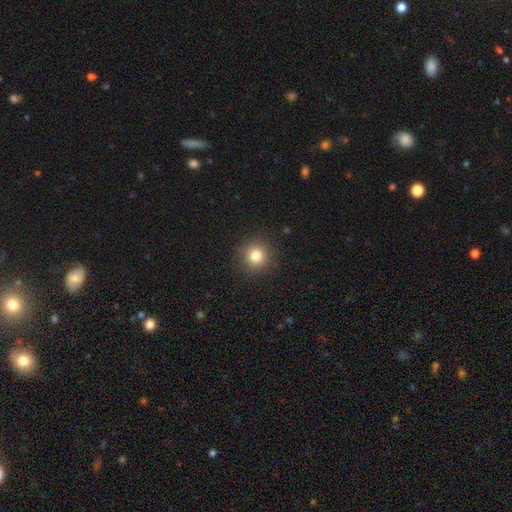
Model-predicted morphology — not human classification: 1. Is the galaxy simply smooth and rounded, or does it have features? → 81% smooth, 12% star or artifact, 7% featured or disk.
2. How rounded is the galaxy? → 94% round, 5% in between, 1% cigar-shaped.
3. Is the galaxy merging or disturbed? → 91% none, 6% minor disturbance, 2% major disturbance, 1% merger.